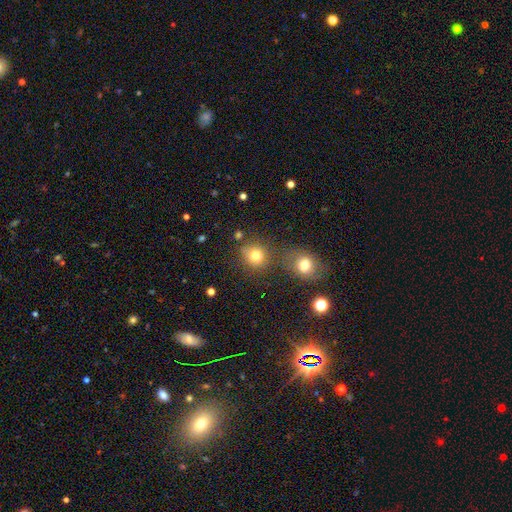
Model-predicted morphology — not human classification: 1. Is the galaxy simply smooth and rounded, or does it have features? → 76% smooth, 16% star or artifact, 8% featured or disk.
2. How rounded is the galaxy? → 78% round, 21% in between, 1% cigar-shaped.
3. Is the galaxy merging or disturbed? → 63% none, 21% merger, 12% minor disturbance, 5% major disturbance.